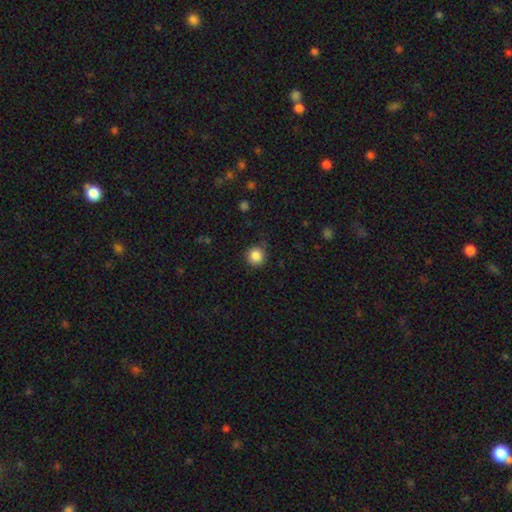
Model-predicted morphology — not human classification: Q: Smooth or featured?
A: smooth (87%); runner-up: star or artifact (10%)
Q: How rounded?
A: round (93%); runner-up: in between (6%)
Q: Merging?
A: none (82%); runner-up: minor disturbance (13%)